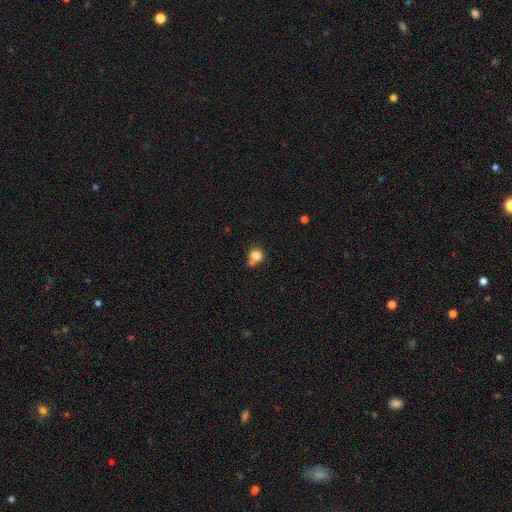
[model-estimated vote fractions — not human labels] A smooth galaxy with no disk features (83%) that is round (84%). Merging: none (54%).